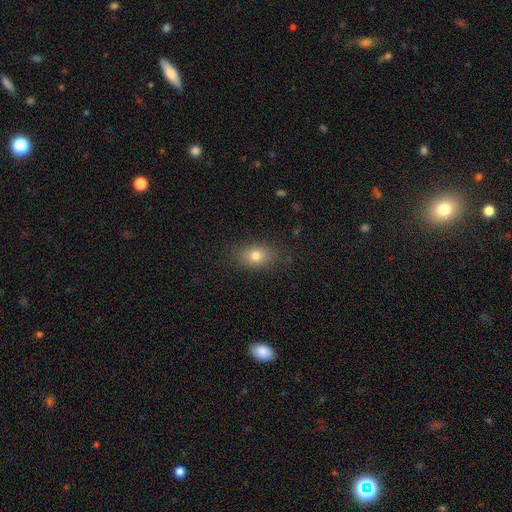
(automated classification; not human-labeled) Smooth or featured?
  - smooth: 78% *
  - featured or disk: 11%
  - star or artifact: 11%
How rounded?
  - in between: 75% *
  - round: 23%
  - cigar-shaped: 2%
Merging?
  - none: 82% *
  - minor disturbance: 12%
  - major disturbance: 4%
  - merger: 1%